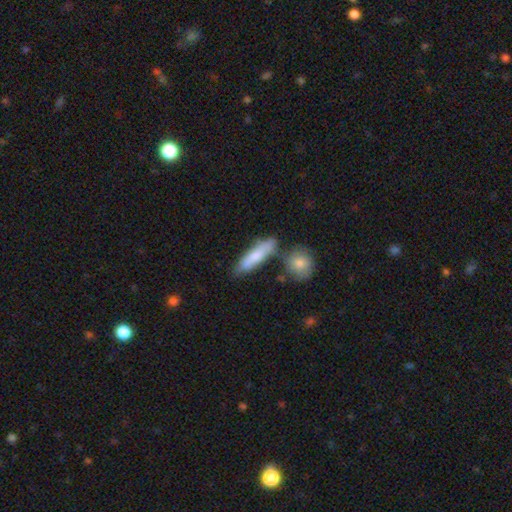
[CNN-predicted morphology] This is likely a smooth galaxy (73%). How rounded: likely cigar-shaped (68%). Merging: likely none (67%).